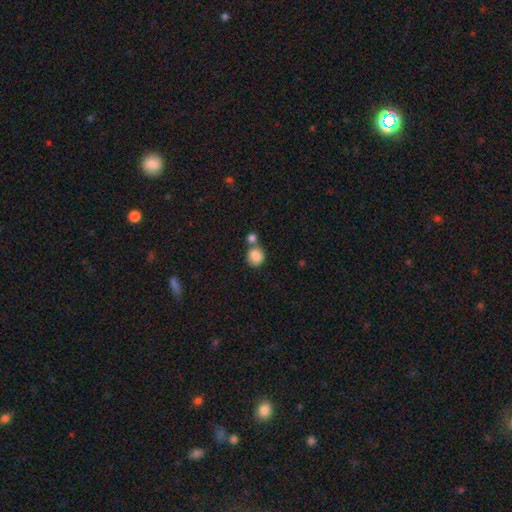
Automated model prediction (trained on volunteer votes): Smooth or featured? Predicted: smooth (p=0.86). How rounded? Predicted: round (p=0.77). Merging? Predicted: none (p=0.50).